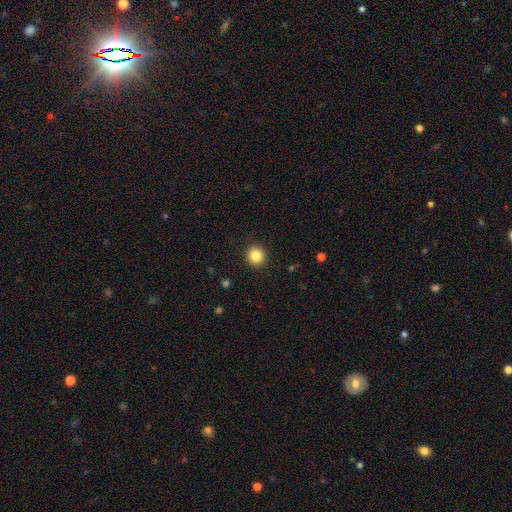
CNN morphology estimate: This appears to be a smooth galaxy with no disk features (85%) that is round (93%). Merging: none (92%).